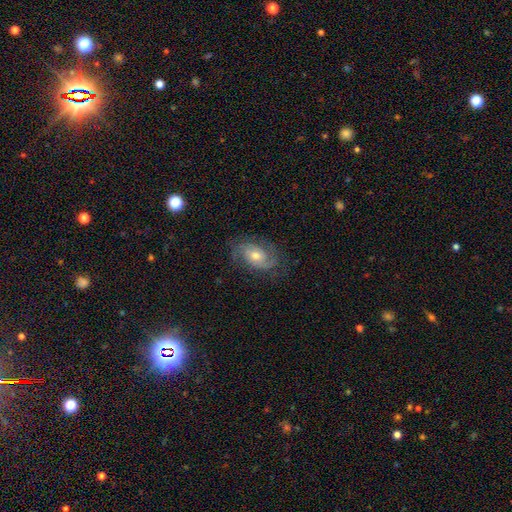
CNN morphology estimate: smooth-or-featured: featured or disk: 73% | smooth: 18% | star or artifact: 8%
  disk-edge-on: no: 96% | yes: 4%
    bar: no: 70% | weak: 25% | strong: 5%
    has-spiral-arms: yes: 90% | no: 10%
      spiral-winding: tight: 43% | medium: 40% | loose: 16%
      spiral-arm-count: 2: 58% | can't tell: 22% | 3: 9% | 1: 5% | 4: 3% | more than 4: 3%
    bulge-size: moderate: 63% | small: 31% | large: 4% | none: 1% | dominant: 1%
  merging: none: 71% | minor disturbance: 18% | major disturbance: 9% | merger: 1%